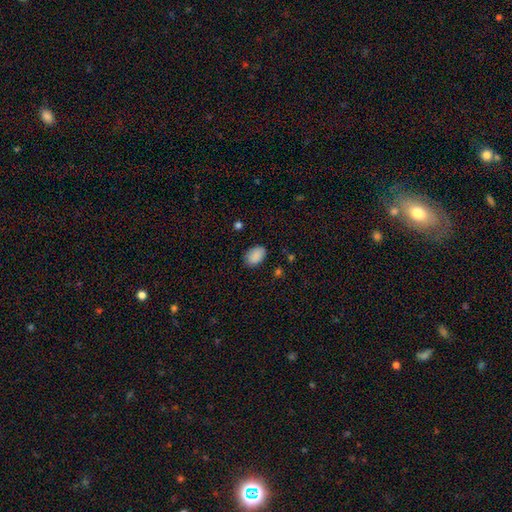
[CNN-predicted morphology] smooth-or-featured: smooth: 89% | star or artifact: 8% | featured or disk: 3%
  how-rounded: in between: 86% | round: 13% | cigar-shaped: 1%
  merging: none: 82% | minor disturbance: 14% | major disturbance: 3% | merger: 1%